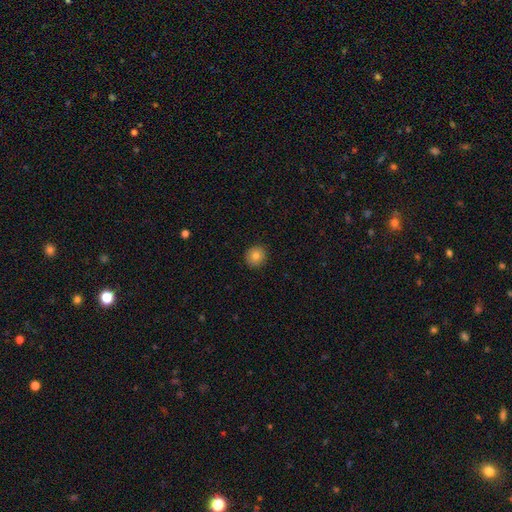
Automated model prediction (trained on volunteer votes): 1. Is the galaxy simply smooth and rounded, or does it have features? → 81% smooth, 10% star or artifact, 8% featured or disk.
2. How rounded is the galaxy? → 90% round, 9% in between, 1% cigar-shaped.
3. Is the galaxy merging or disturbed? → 92% none, 6% minor disturbance, 2% major disturbance, 1% merger.